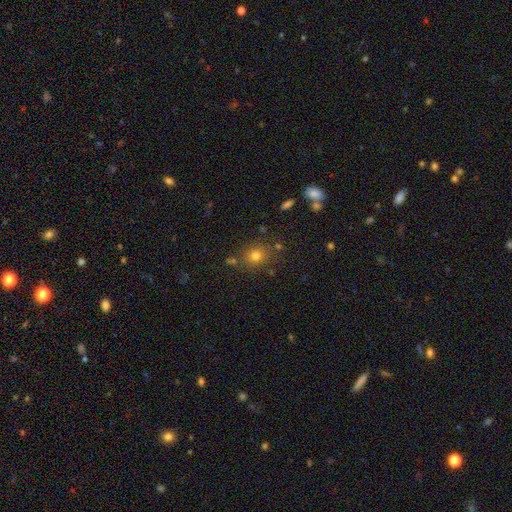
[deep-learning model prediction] Overall: smooth (73%). How rounded: round (74%). Merging: none (79%).